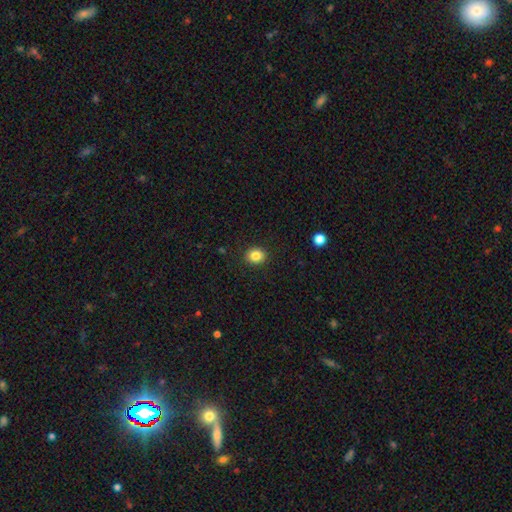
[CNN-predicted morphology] Q: Smooth or featured?
A: smooth (84%); runner-up: star or artifact (10%)
Q: How rounded?
A: round (72%); runner-up: in between (28%)
Q: Merging?
A: none (91%); runner-up: minor disturbance (6%)